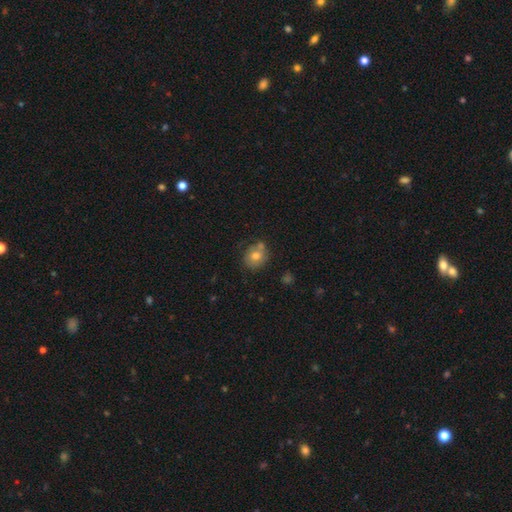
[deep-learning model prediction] Morphology: type=smooth (71%); roundness=round (72%); merging=none (65%).